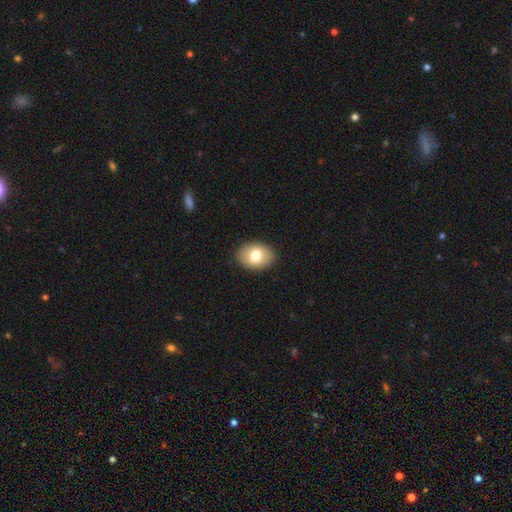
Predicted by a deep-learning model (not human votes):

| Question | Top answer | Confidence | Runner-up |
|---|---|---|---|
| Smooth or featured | smooth | 77% | featured or disk (16%) |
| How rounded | in between | 75% | round (24%) |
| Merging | none | 90% | minor disturbance (7%) |